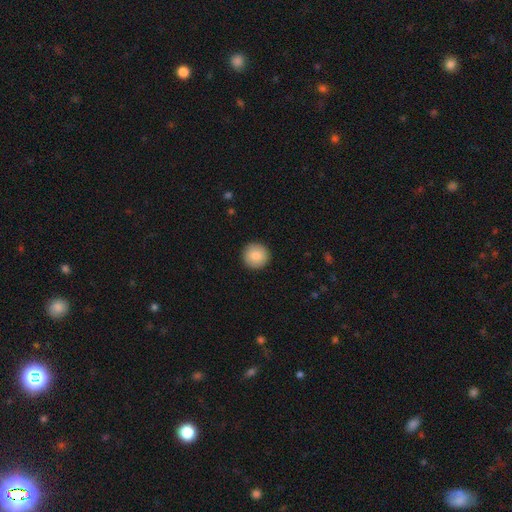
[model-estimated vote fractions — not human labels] Smooth or featured? Predicted: smooth (p=0.84). How rounded? Predicted: round (p=0.96). Merging? Predicted: none (p=0.93).